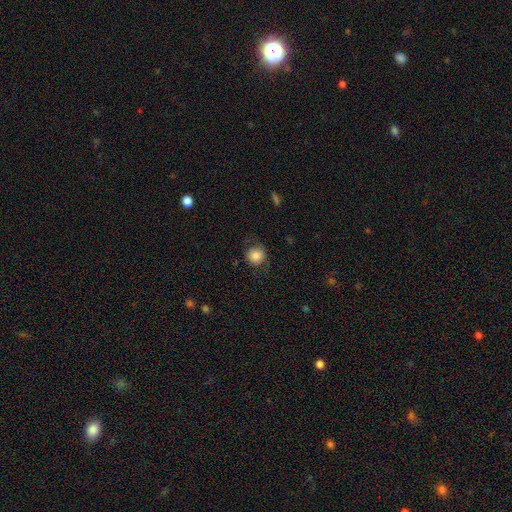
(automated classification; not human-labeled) Smooth or featured? smooth (76%)
How rounded? round (91%)
Merging? none (74%)